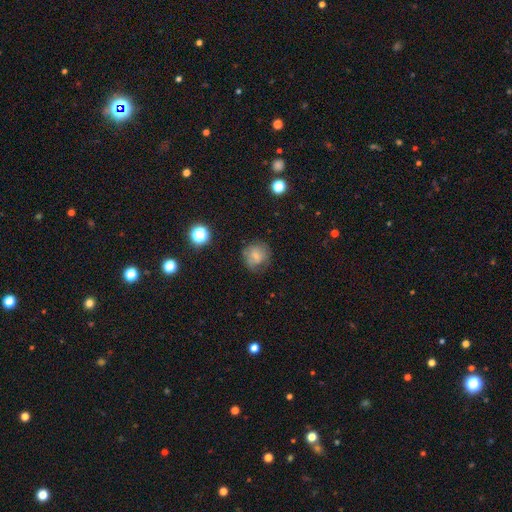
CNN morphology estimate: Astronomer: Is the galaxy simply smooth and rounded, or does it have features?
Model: smooth — 68%.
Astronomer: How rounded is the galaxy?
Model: round — 83%.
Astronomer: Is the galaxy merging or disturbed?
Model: none — 65%.